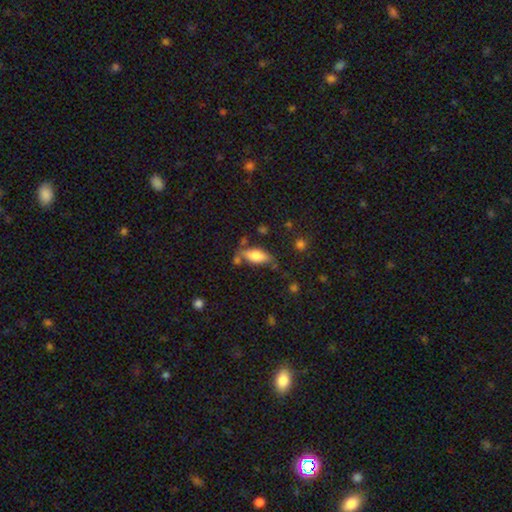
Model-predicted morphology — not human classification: This is likely a smooth galaxy (74%). How rounded: likely in between (78%). Merging: likely none (61%).